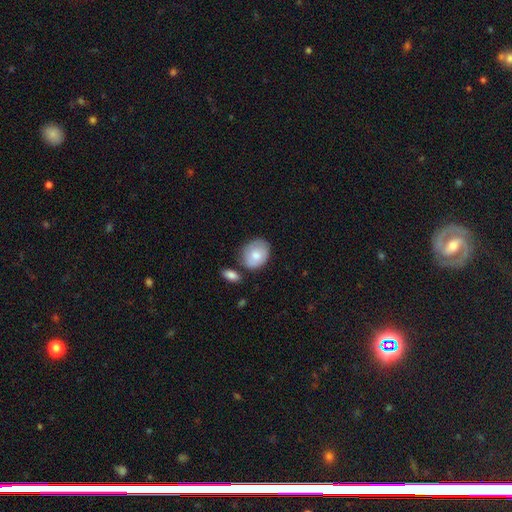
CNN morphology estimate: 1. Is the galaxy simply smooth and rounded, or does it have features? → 74% smooth, 20% featured or disk, 6% star or artifact.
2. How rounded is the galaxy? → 53% in between, 45% round, 1% cigar-shaped.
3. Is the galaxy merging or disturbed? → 62% none, 22% minor disturbance, 10% merger, 5% major disturbance.